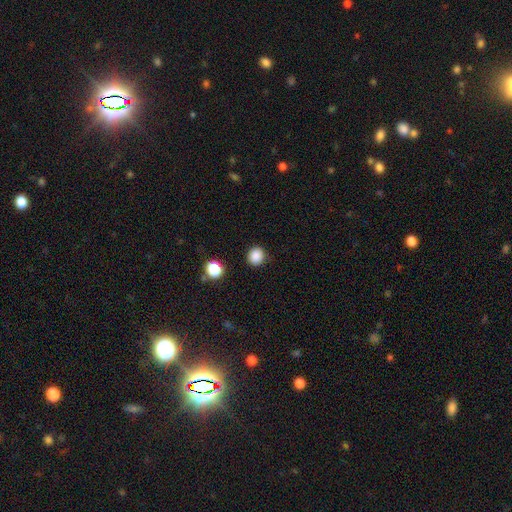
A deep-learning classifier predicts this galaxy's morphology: Smooth or featured: smooth — 86% (star or artifact — 11%)
How rounded: round — 87% (in between — 12%)
Merging: none — 89% (minor disturbance — 7%)